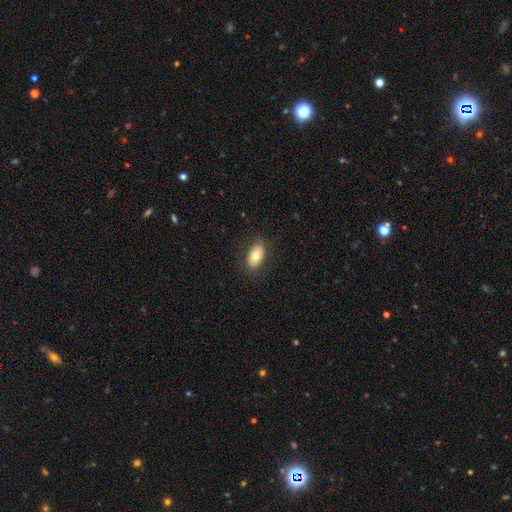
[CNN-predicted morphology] Smooth or featured?
  - smooth: 75% *
  - featured or disk: 18%
  - star or artifact: 8%
How rounded?
  - in between: 89% *
  - round: 9%
  - cigar-shaped: 2%
Merging?
  - none: 84% *
  - minor disturbance: 12%
  - major disturbance: 4%
  - merger: 1%